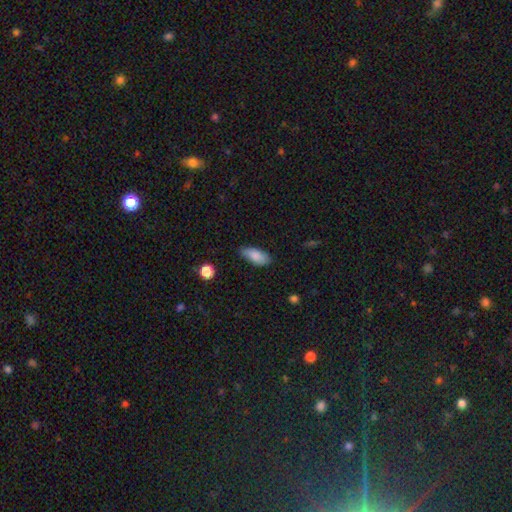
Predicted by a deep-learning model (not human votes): This is clearly a smooth galaxy (85%). How rounded: clearly in between (84%). Merging: likely none (76%).